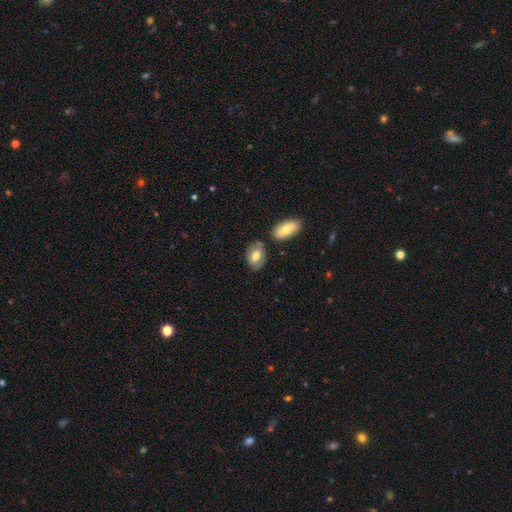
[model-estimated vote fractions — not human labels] Overall: smooth (73%). How rounded: in between (88%). Merging: none (71%).